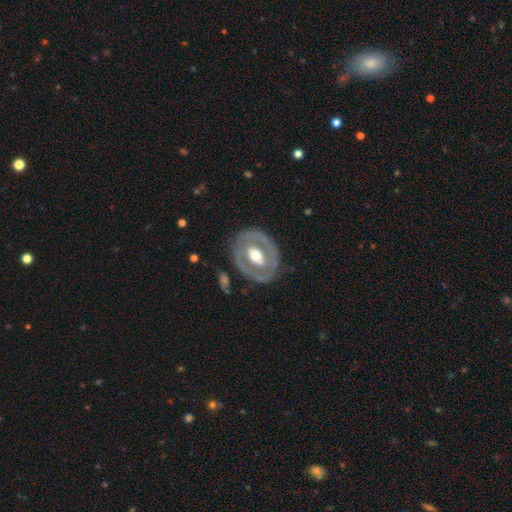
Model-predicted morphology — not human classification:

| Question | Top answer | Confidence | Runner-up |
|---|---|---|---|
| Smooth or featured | featured or disk | 69% | smooth (27%) |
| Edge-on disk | no | 94% | yes (6%) |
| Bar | no | 45% | weak (31%) |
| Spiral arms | no | 72% | yes (28%) |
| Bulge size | moderate | 68% | large (18%) |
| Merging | none | 77% | minor disturbance (14%) |